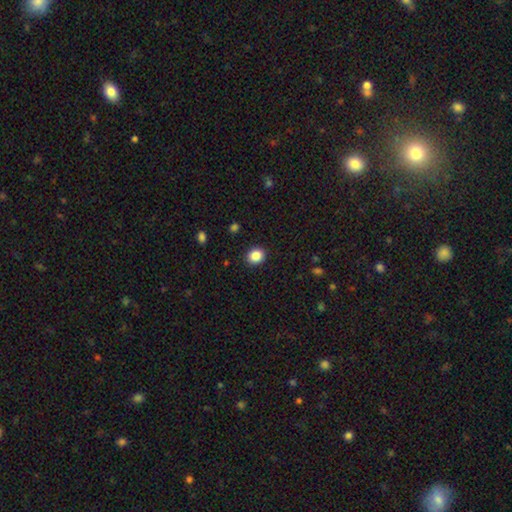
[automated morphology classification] Smooth or featured: smooth — 86% (star or artifact — 10%)
How rounded: round — 72% (in between — 27%)
Merging: none — 91% (minor disturbance — 6%)